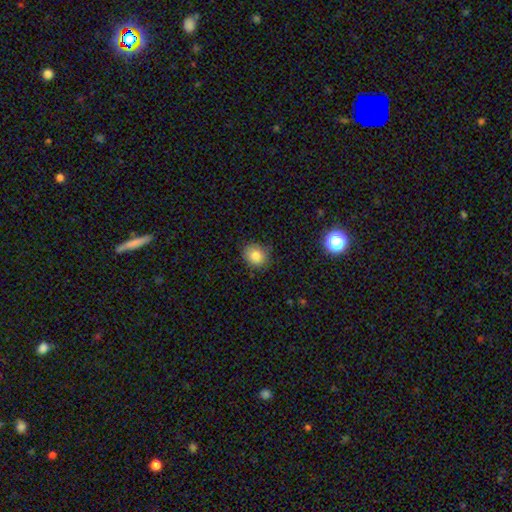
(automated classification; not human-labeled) A smooth galaxy with no disk features (81%) that is round (69%). Merging: none (82%).